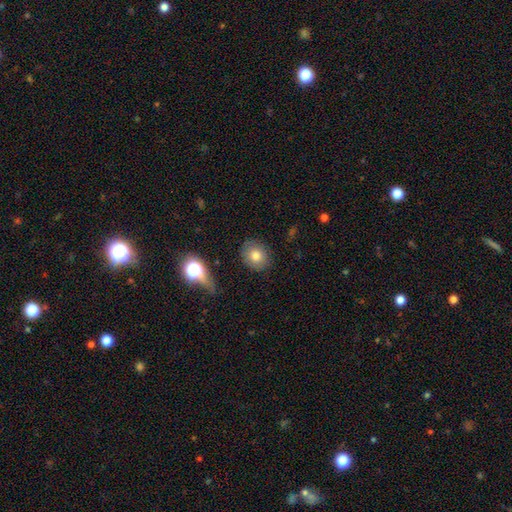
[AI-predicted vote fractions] A smooth galaxy with no disk features (77%) that is round (69%). Merging: none (83%).